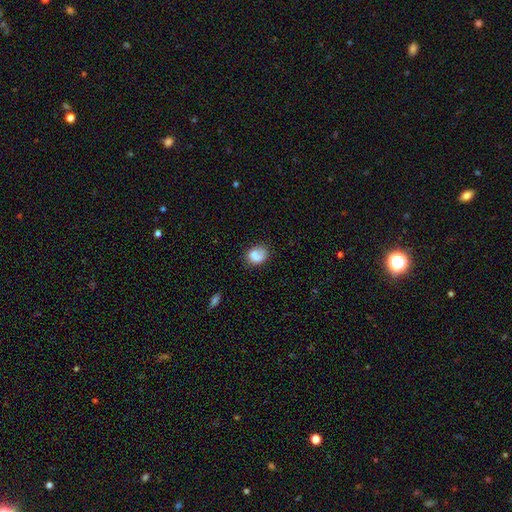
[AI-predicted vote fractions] The model was most divided on "how rounded": round: 51%, in between: 48%, cigar-shaped: 1%. More confident: smooth or featured — smooth (76%); merging — none (57%).